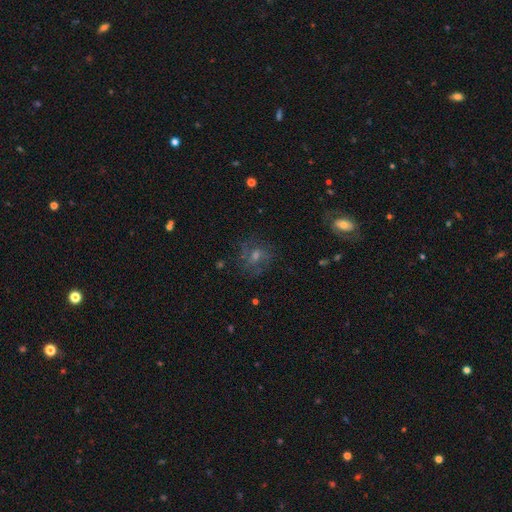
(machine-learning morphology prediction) type=featured or disk (50%); edge-on=no (96%); merging=none (74%).